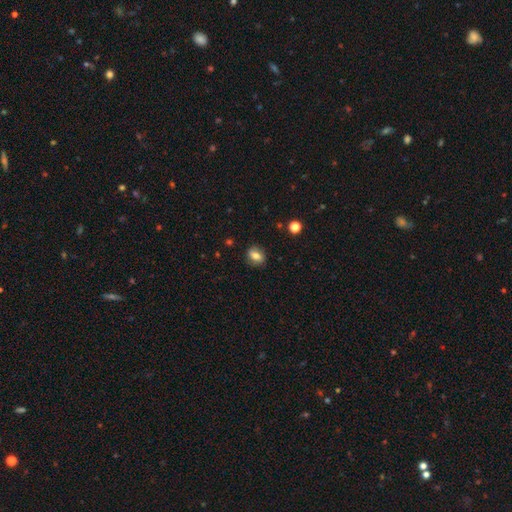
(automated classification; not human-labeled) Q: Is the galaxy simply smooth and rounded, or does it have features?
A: smooth — 73%.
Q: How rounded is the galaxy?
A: in between — 58%.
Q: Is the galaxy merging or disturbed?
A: none — 82%.